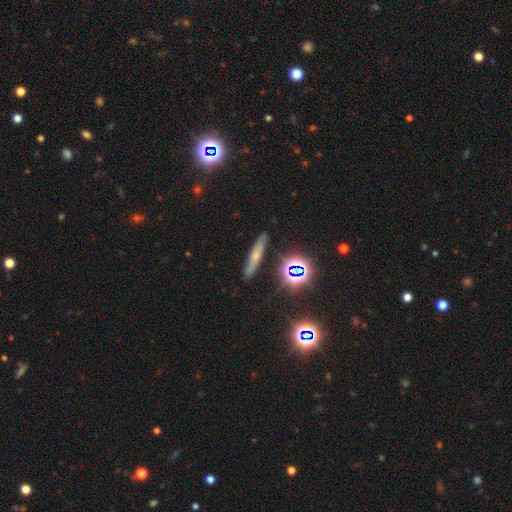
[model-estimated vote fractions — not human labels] smooth-or-featured: smooth: 45% | featured or disk: 34% | star or artifact: 21%
  merging: none: 84% | minor disturbance: 11% | major disturbance: 3% | merger: 2%